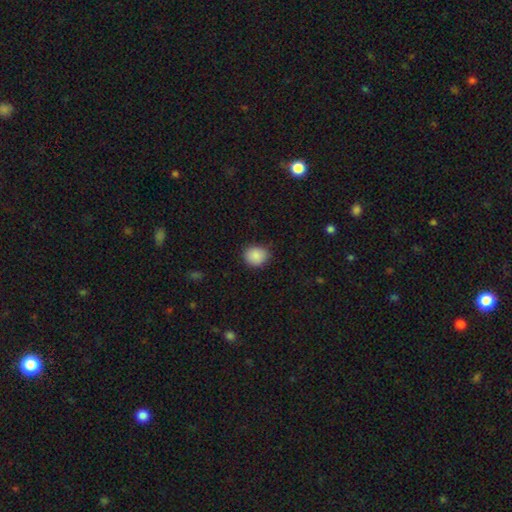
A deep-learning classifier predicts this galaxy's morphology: This appears to be a smooth galaxy with no disk features (88%) that is round (79%). Merging: none (82%).